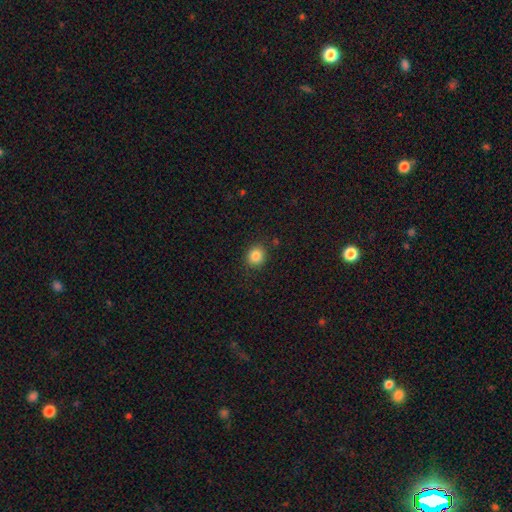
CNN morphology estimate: Smooth or featured: smooth — 85% (star or artifact — 10%)
How rounded: round — 80% (in between — 19%)
Merging: none — 87% (minor disturbance — 9%)